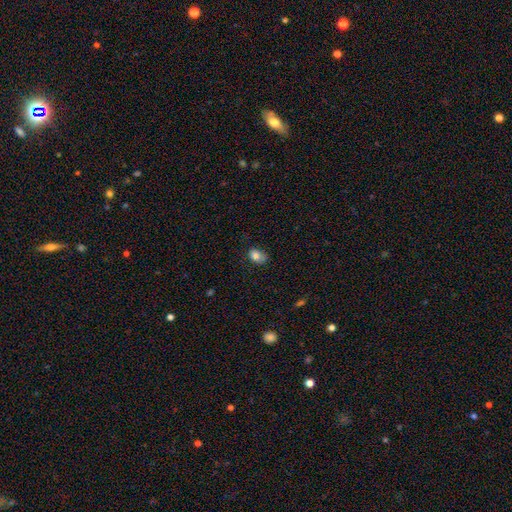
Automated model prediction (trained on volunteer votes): Smooth or featured? Predicted: smooth (p=0.81). How rounded? Predicted: in between (p=0.78). Merging? Predicted: none (p=0.59).